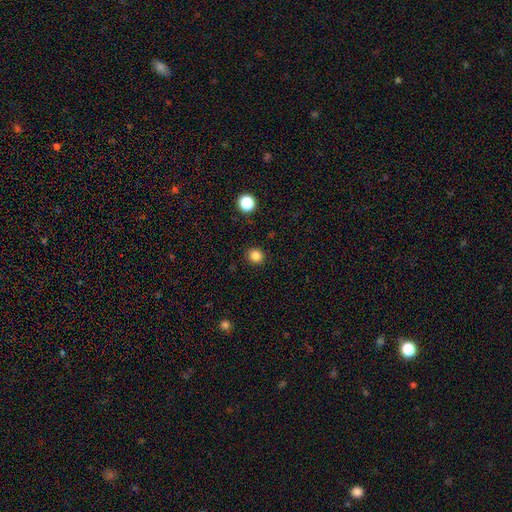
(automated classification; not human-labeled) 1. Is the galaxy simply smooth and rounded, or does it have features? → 84% smooth, 12% star or artifact, 4% featured or disk.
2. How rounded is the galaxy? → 90% round, 9% in between, 1% cigar-shaped.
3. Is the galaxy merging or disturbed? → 91% none, 6% minor disturbance, 2% major disturbance, 1% merger.